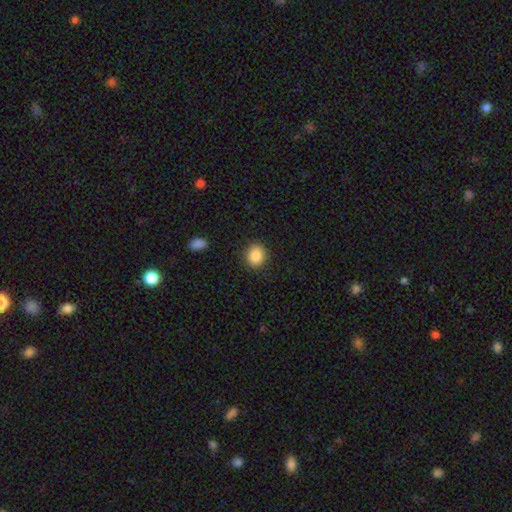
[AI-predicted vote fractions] A smooth galaxy with no disk features (87%) that is round (71%).

Vote fractions:
- Smooth or featured? smooth: 87% / star or artifact: 9% / featured or disk: 4%
- How rounded? round: 71% / in between: 28% / cigar-shaped: 1%
- Merging? none: 89% / minor disturbance: 7% / major disturbance: 2% / merger: 1%